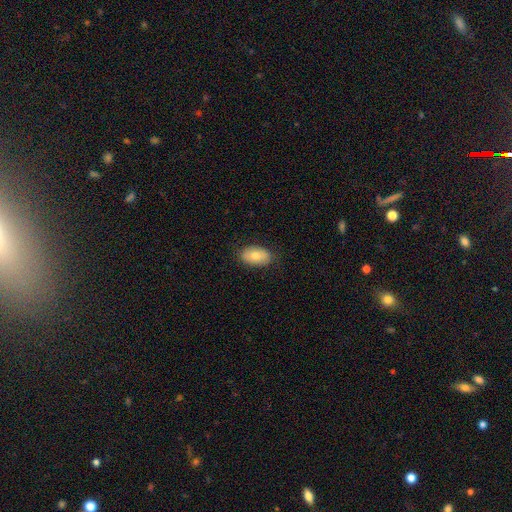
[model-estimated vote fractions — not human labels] This appears to be a smooth galaxy with no disk features (77%) that is in between round and cigar-shaped (92%). Merging: none (83%).